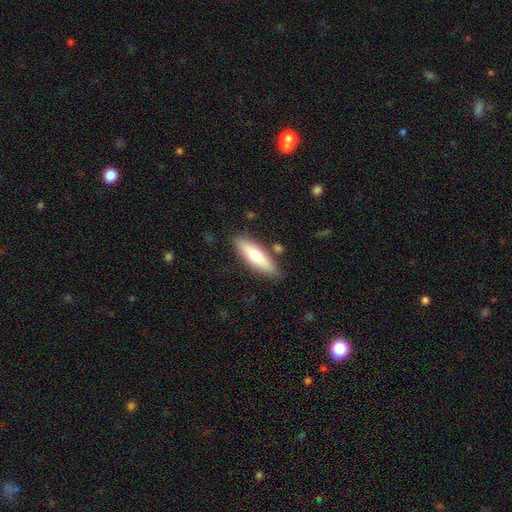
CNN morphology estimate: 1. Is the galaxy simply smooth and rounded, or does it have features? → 67% smooth, 27% featured or disk, 6% star or artifact.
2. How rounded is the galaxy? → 61% cigar-shaped, 37% in between, 2% round.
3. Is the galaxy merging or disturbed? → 82% none, 12% minor disturbance, 4% merger, 2% major disturbance.